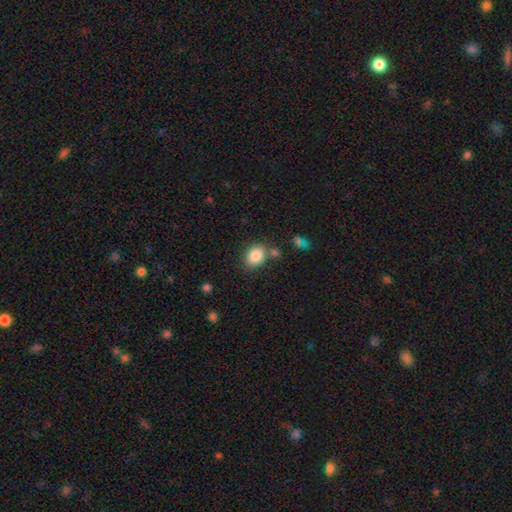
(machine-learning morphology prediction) A smooth galaxy with no disk features (85%) that is round (53%).

Vote fractions:
- Smooth or featured? smooth: 85% / star or artifact: 9% / featured or disk: 6%
- How rounded? round: 53% / in between: 46% / cigar-shaped: 1%
- Merging? none: 73% / minor disturbance: 13% / merger: 11% / major disturbance: 4%